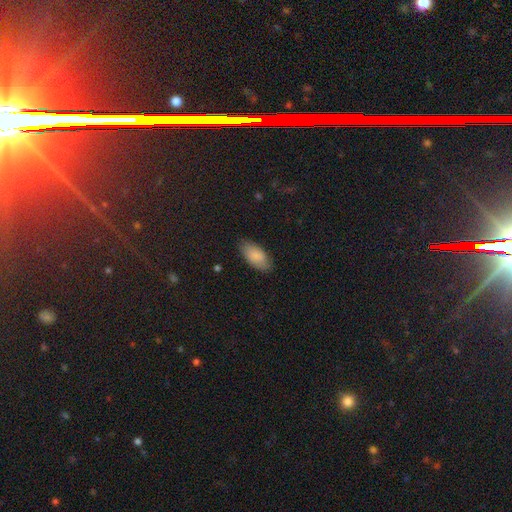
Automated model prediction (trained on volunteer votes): The model was most divided on "merging": none: 80%, minor disturbance: 15%, major disturbance: 3%, merger: 1%. More confident: how rounded — in between (93%); smooth or featured — smooth (84%).